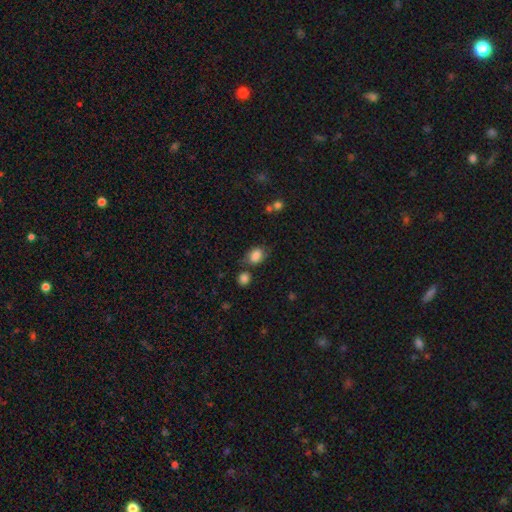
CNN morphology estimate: smooth-or-featured: smooth: 81% | star or artifact: 10% | featured or disk: 9%
  how-rounded: in between: 69% | round: 29% | cigar-shaped: 1%
  merging: none: 58% | minor disturbance: 23% | merger: 12% | major disturbance: 8%